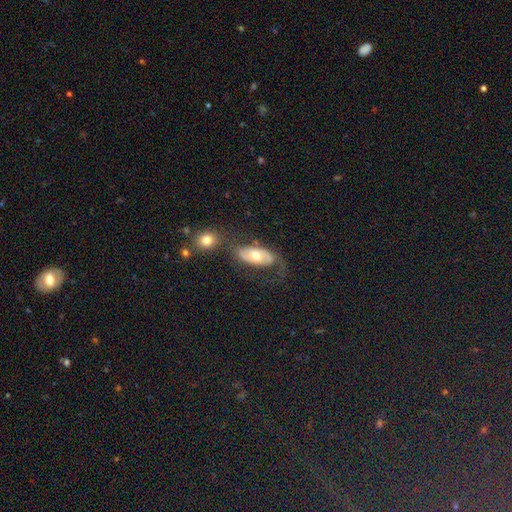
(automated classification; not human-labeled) smooth_or_featured: featured or disk (p=0.56) [alt: smooth p=0.38]
disk_edge_on: no (p=0.90) [alt: yes p=0.10]
bar: no (p=0.74) [alt: weak p=0.19]
has_spiral_arms: yes (p=0.60) [alt: no p=0.40]
bulge_size: moderate (p=0.75) [alt: large p=0.13]
merging: none (p=0.44) [alt: major disturbance p=0.24]